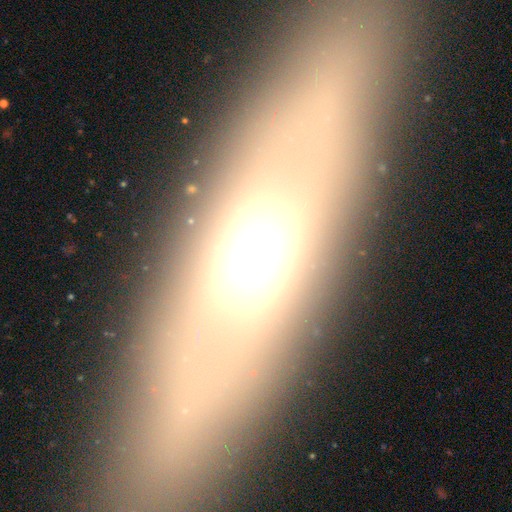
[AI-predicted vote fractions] Smooth or featured?
  - featured or disk: 52% *
  - smooth: 37%
  - star or artifact: 11%
Edge-on disk?
  - yes: 54% *
  - no: 46%
Merging?
  - none: 83% *
  - minor disturbance: 10%
  - major disturbance: 5%
  - merger: 2%